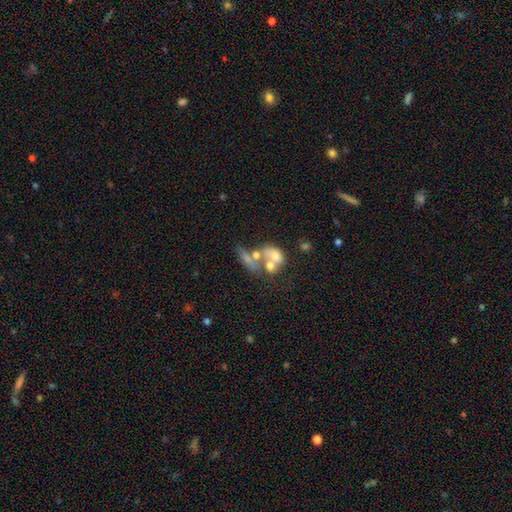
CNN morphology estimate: type=smooth (48%); merging=merger (62%).